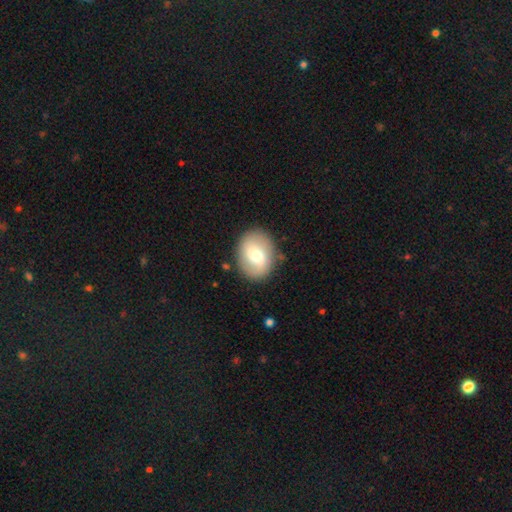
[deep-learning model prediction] A smooth galaxy with no disk features (58%) that is in between round and cigar-shaped (54%). Merging: none (84%).